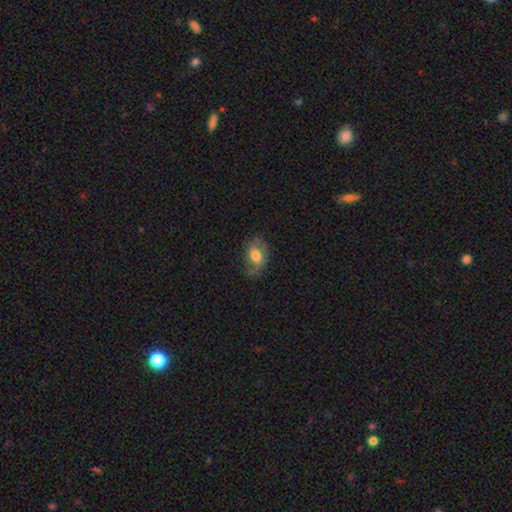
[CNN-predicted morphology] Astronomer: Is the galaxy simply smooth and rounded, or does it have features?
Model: smooth — 55% (runner-up: featured or disk, 38%).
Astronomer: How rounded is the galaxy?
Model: in between — 85%.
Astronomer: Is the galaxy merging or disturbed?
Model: none — 58%.